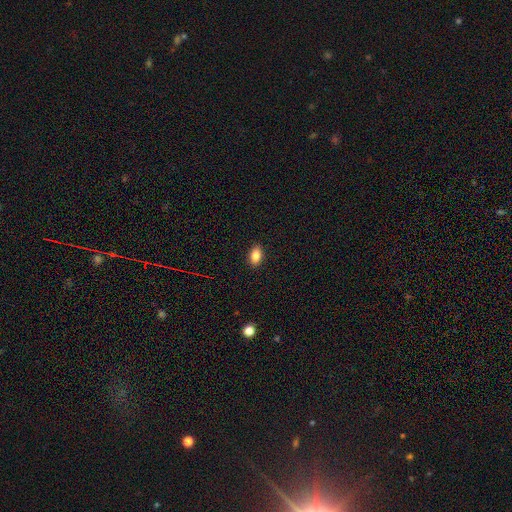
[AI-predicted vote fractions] Smooth or featured? smooth (86%)
How rounded? in between (89%)
Merging? none (90%)